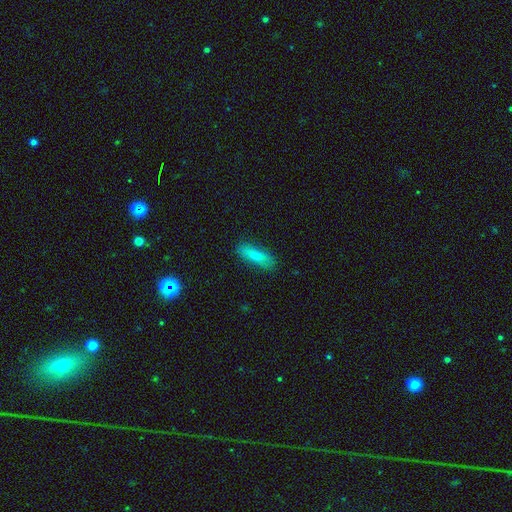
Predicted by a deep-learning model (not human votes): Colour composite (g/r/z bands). It shows a smooth galaxy with no disk features (67%) that is cigar-shaped (57%). Merging: none (85%).